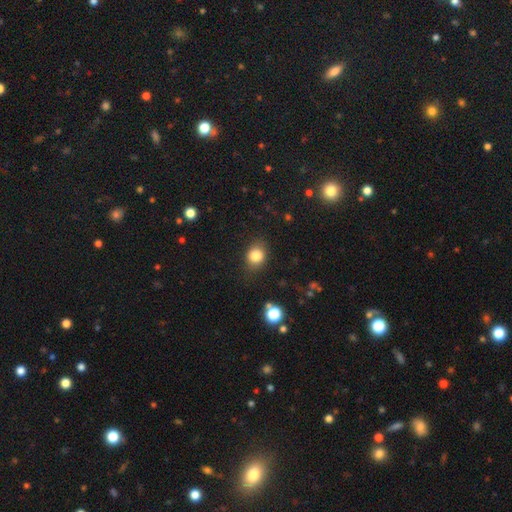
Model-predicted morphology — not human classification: Smooth or featured? smooth (83%)
How rounded? round (61%)
Merging? none (79%)